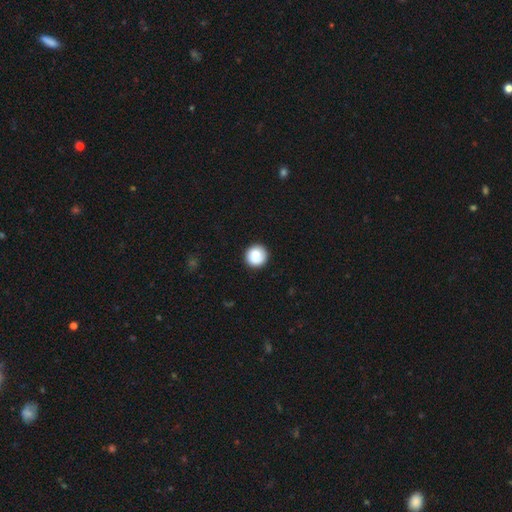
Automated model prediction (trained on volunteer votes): Q: Smooth or featured?
A: smooth (78%); runner-up: featured or disk (14%)
Q: How rounded?
A: round (95%); runner-up: in between (4%)
Q: Merging?
A: none (87%); runner-up: minor disturbance (9%)